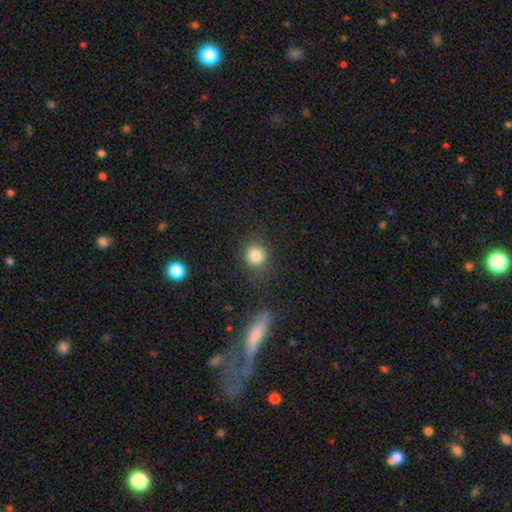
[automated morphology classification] Smooth or featured?
  - smooth: 84% *
  - star or artifact: 11%
  - featured or disk: 5%
How rounded?
  - round: 87% *
  - in between: 12%
  - cigar-shaped: 1%
Merging?
  - none: 81% *
  - minor disturbance: 11%
  - major disturbance: 5%
  - merger: 4%